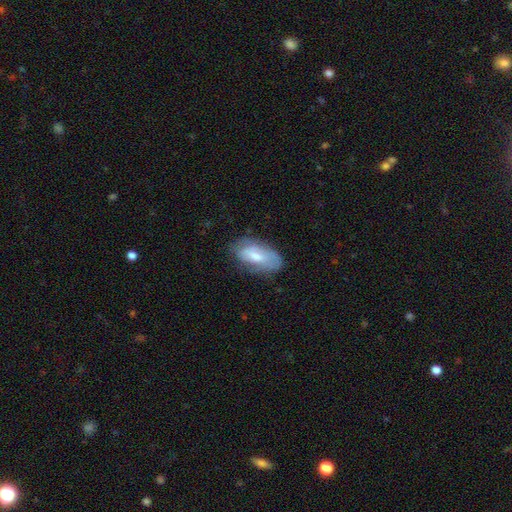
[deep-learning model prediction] A smooth galaxy with no disk features (62%) that is in between round and cigar-shaped (91%).

Vote fractions:
- Smooth or featured? smooth: 62% / featured or disk: 32% / star or artifact: 7%
- How rounded? in between: 91% / cigar-shaped: 6% / round: 3%
- Merging? none: 62% / minor disturbance: 28% / major disturbance: 9% / merger: 2%